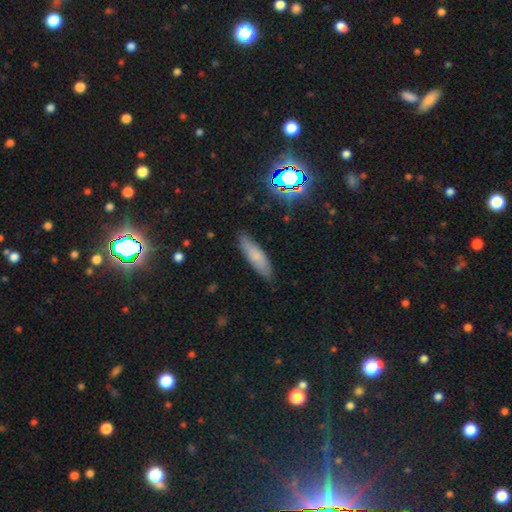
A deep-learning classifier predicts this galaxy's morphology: The model was most divided on "how rounded": cigar-shaped: 60%, in between: 38%, round: 2%. More confident: merging — none (85%); smooth or featured — smooth (71%).